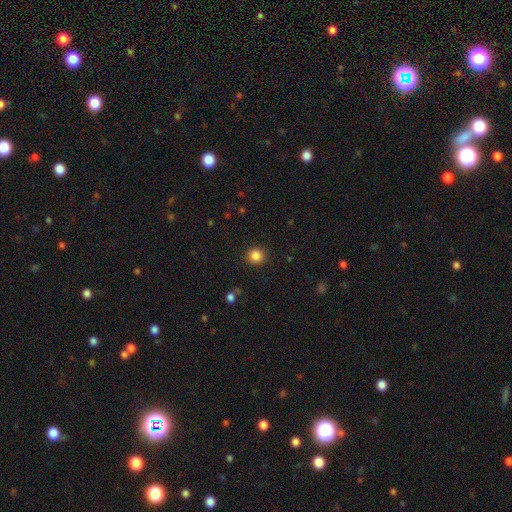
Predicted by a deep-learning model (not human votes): smooth_or_featured: smooth (p=0.85) [alt: star or artifact p=0.11]
how_rounded: round (p=0.91) [alt: in between p=0.08]
merging: none (p=0.91) [alt: minor disturbance p=0.06]